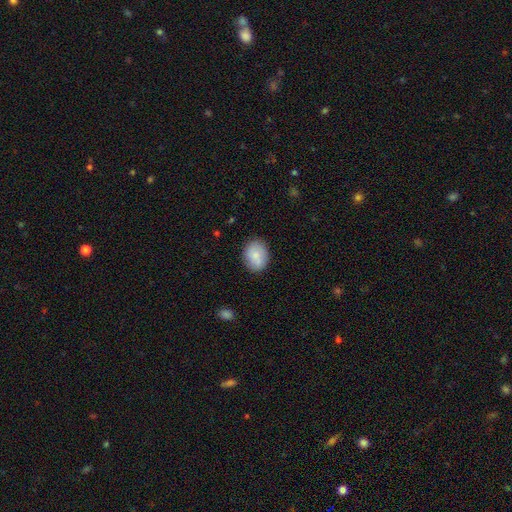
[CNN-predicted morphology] Smooth or featured? smooth (83%)
How rounded? in between (58%)
Merging? none (84%)